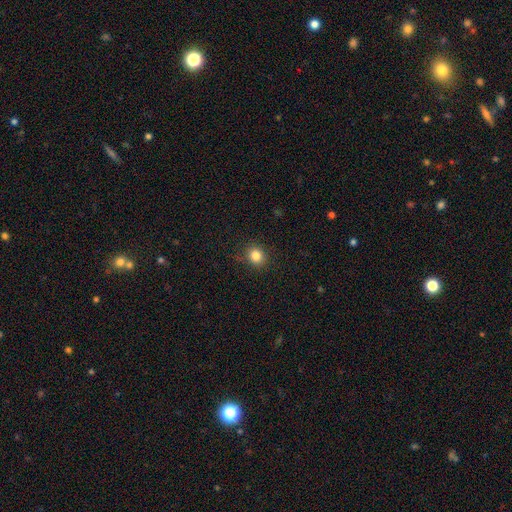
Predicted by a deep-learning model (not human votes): smooth_or_featured: smooth (p=0.83) [alt: star or artifact p=0.12]
how_rounded: round (p=0.80) [alt: in between p=0.19]
merging: none (p=0.87) [alt: minor disturbance p=0.09]